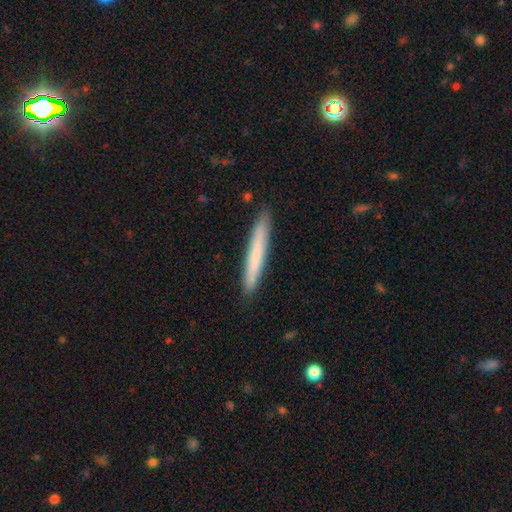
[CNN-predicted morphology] Q: Smooth or featured?
A: smooth (69%); runner-up: featured or disk (25%)
Q: How rounded?
A: cigar-shaped (97%); runner-up: in between (2%)
Q: Merging?
A: none (91%); runner-up: minor disturbance (7%)